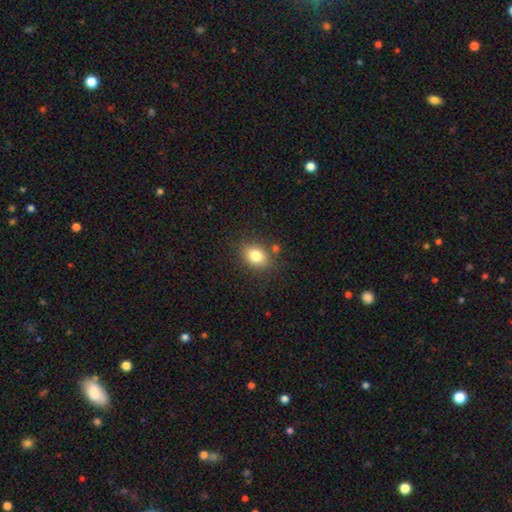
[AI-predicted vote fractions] A smooth galaxy with no disk features (81%) that is in between round and cigar-shaped (64%). Merging: none (79%).